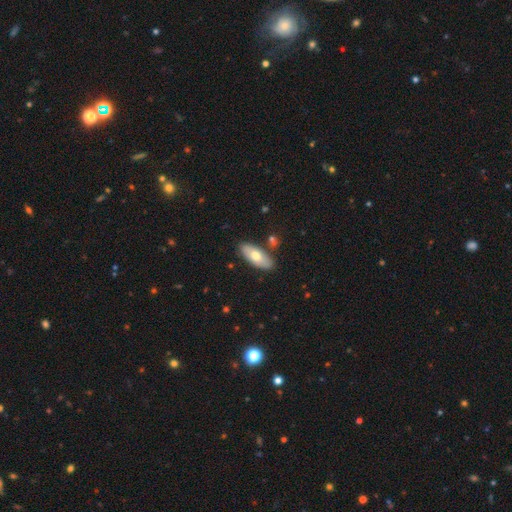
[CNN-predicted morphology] type=smooth (68%); roundness=in between (83%); merging=none (83%).